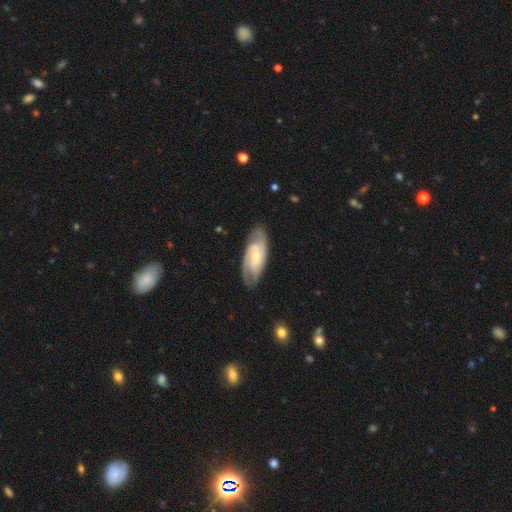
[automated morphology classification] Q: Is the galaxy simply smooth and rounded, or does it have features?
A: featured or disk — 80%.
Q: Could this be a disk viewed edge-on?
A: no — 92%.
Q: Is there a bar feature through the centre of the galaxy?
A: no — 57%.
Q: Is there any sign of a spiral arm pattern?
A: yes — 95%.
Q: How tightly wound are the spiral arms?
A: tight — 49%.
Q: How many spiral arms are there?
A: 2 — 55%.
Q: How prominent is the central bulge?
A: small — 56%.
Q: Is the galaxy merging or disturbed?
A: none — 78%.